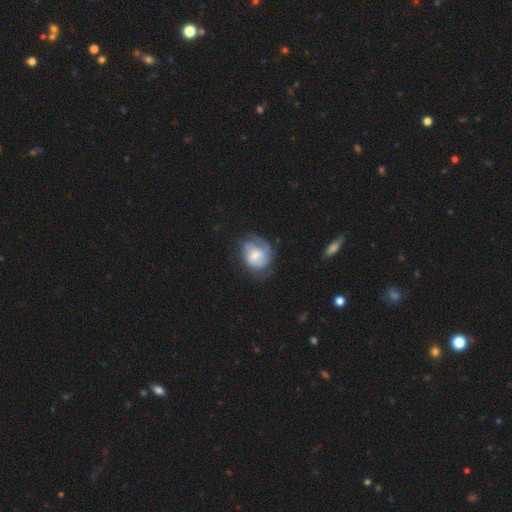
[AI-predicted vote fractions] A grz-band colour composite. It shows a featured or disk galaxy (51%). Merging: none (53%).